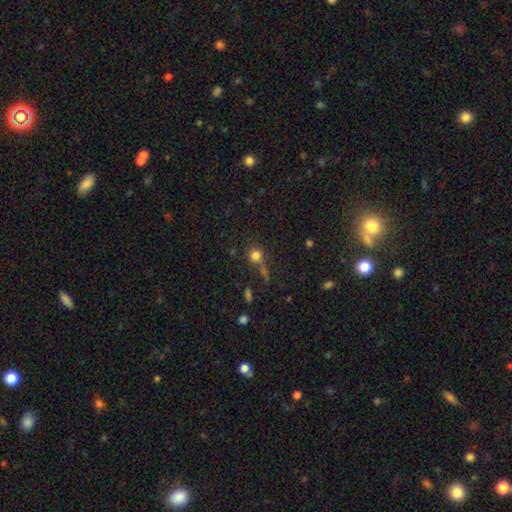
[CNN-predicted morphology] This appears to be a smooth galaxy with no disk features (78%) that is round (89%). Merging: none (59%).